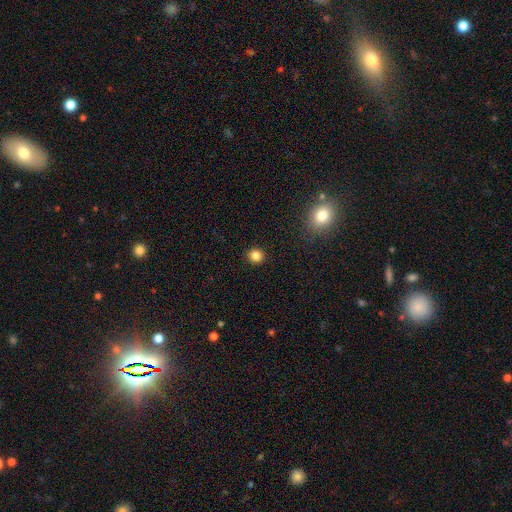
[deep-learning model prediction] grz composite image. It shows a smooth galaxy with no disk features (84%) that is round (90%). Merging: none (92%).